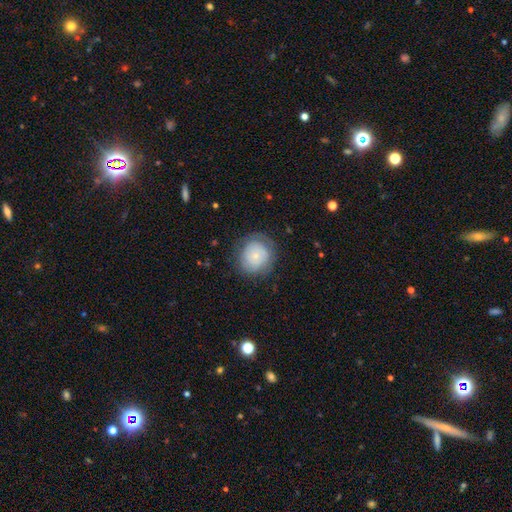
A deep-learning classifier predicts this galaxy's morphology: smooth 60%, featured or disk 32%, star or artifact 8%. Down the decision tree: how rounded — round (87%); merging — none (73%).